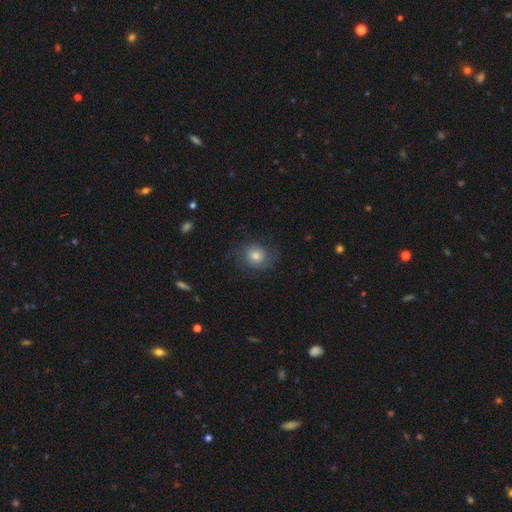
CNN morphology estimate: Smooth or featured? smooth (72%)
How rounded? round (75%)
Merging? none (76%)